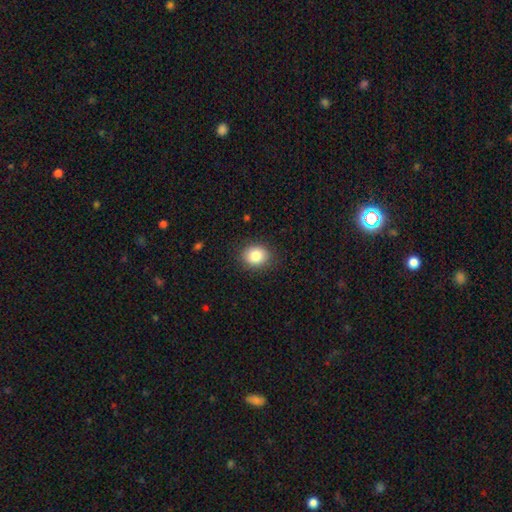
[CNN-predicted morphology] smooth-or-featured: smooth: 84% | star or artifact: 9% | featured or disk: 7%
  how-rounded: round: 64% | in between: 35% | cigar-shaped: 1%
  merging: none: 87% | minor disturbance: 10% | major disturbance: 3% | merger: 1%